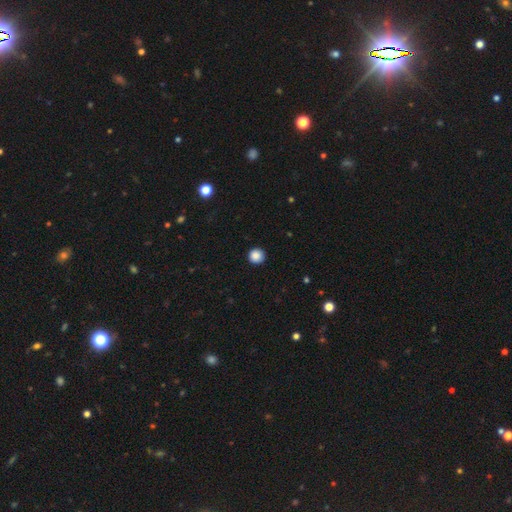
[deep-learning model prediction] Morphology: type=smooth (88%); roundness=round (96%); merging=none (93%).